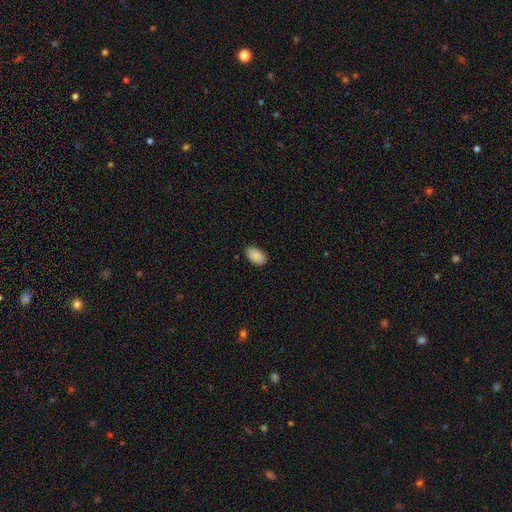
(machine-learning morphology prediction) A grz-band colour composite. It shows a smooth galaxy with no disk features (89%) that is in between round and cigar-shaped (94%). Merging: none (84%).